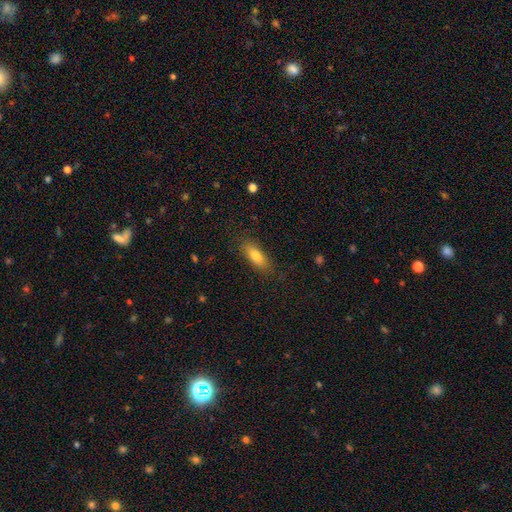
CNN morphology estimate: Overall: smooth (79%). How rounded: in between (71%). Merging: none (82%).